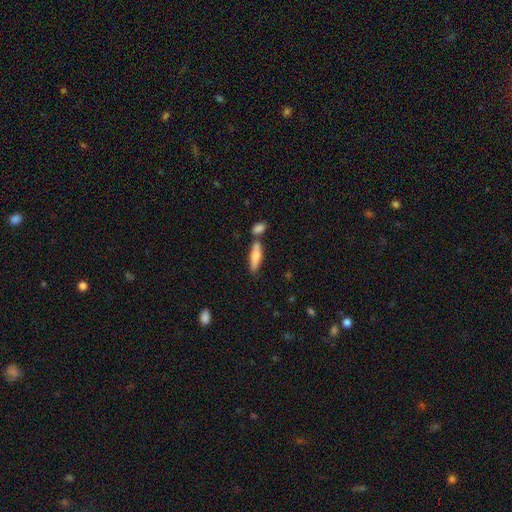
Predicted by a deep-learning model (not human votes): Overall: smooth (72%). How rounded: cigar-shaped (63%; in between 35%). Merging: none (55%; merger 29%).